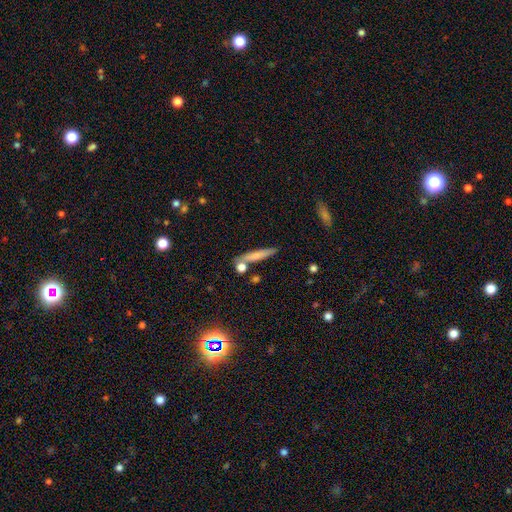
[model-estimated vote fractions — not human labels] smooth 68%, featured or disk 24%, star or artifact 8%. Down the decision tree: how rounded — cigar-shaped (89%); merging — none (75%).